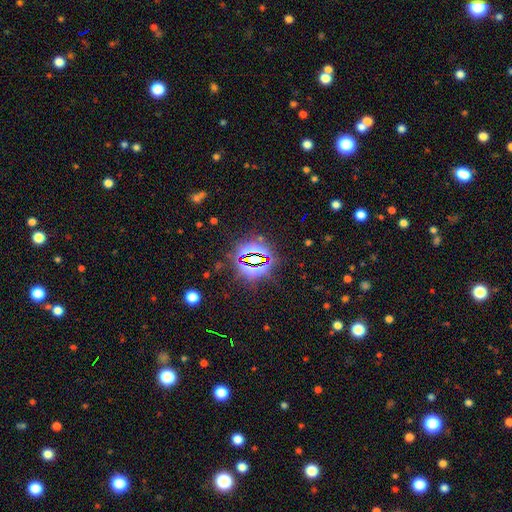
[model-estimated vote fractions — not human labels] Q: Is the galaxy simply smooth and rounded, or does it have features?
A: star or artifact — 81%.